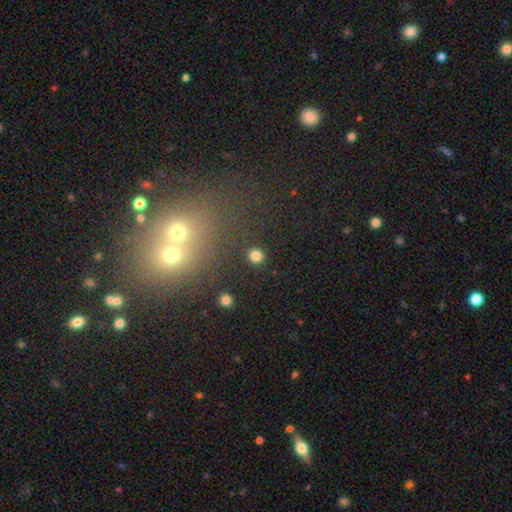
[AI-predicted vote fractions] Smooth or featured?
  - smooth: 82% *
  - star or artifact: 14%
  - featured or disk: 4%
How rounded?
  - round: 94% *
  - in between: 5%
  - cigar-shaped: 1%
Merging?
  - none: 92% *
  - minor disturbance: 5%
  - major disturbance: 2%
  - merger: 2%